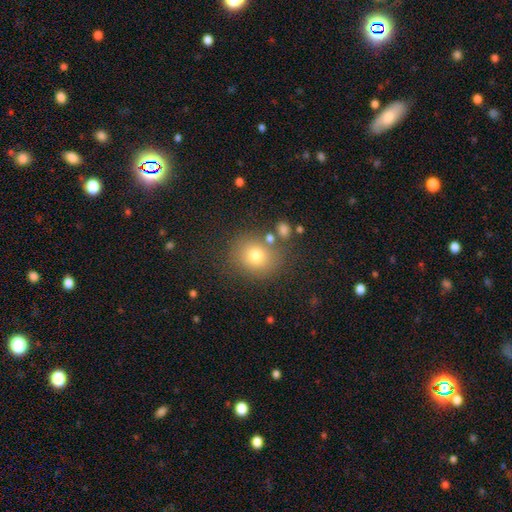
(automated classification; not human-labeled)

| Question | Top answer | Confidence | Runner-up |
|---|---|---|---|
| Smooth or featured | smooth | 75% | star or artifact (14%) |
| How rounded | round | 74% | in between (25%) |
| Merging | none | 75% | minor disturbance (12%) |